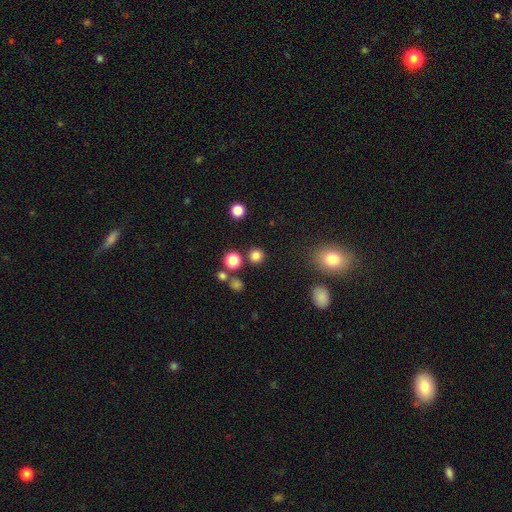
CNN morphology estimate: smooth 80%, star or artifact 15%, featured or disk 5%. Down the decision tree: how rounded — round (93%); merging — none (86%).